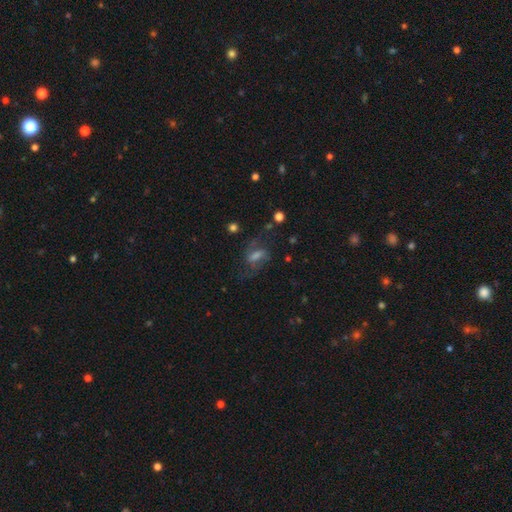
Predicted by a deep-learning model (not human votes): This is likely a featured or disk galaxy (65%). It is clearly not viewed edge-on (94%). Bar: possibly weak (47%). Spiral arm pattern: clearly yes (90%). Spiral arm count: clearly 2 (84%). Spiral winding: possibly medium (46%). Central bulge: marginally moderate (36%). Merging: likely none (65%).